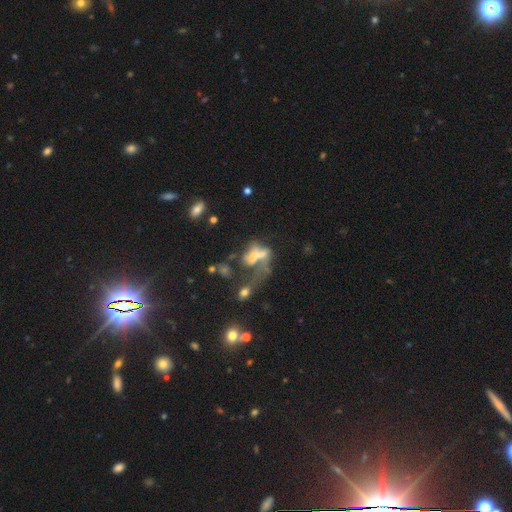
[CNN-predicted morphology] This appears to be a featured or disk galaxy (44%). Merging: merger (46%).